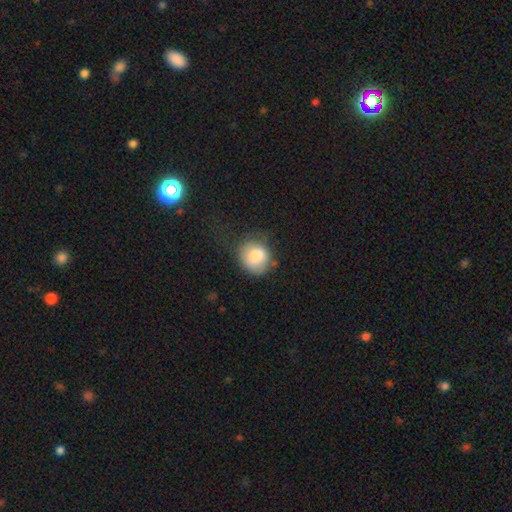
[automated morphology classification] A smooth galaxy with no disk features (82%) that is round (74%). Merging: none (52%).